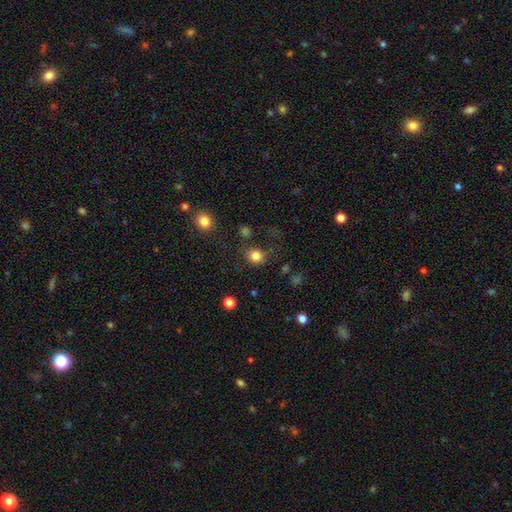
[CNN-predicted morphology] Smooth or featured? smooth (82%)
How rounded? round (80%)
Merging? none (72%)